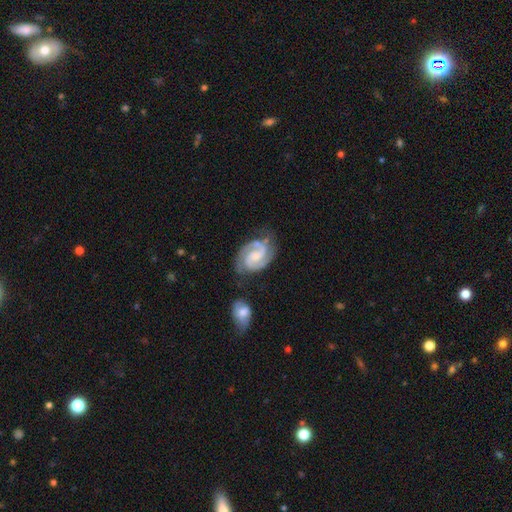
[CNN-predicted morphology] Smooth or featured? featured or disk (90%)
Edge-on disk? no (98%)
Bar? no (44%, tied with weak)
Spiral arms? yes (98%)
Spiral winding? medium (50%)
Spiral arm count? 2 (91%)
Bulge size? small (48%)
Merging? none (68%)